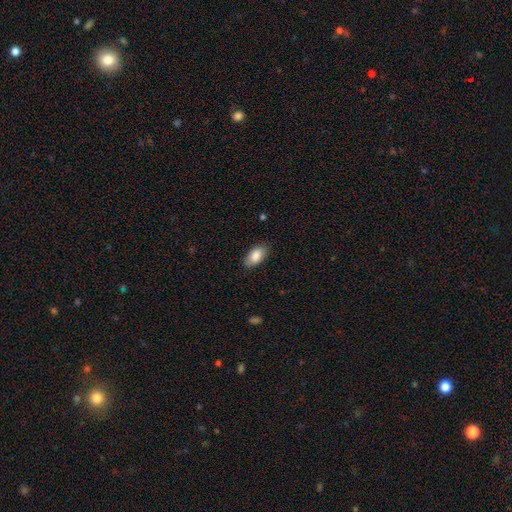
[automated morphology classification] Overall: smooth (86%). How rounded: in between (93%). Merging: none (85%).